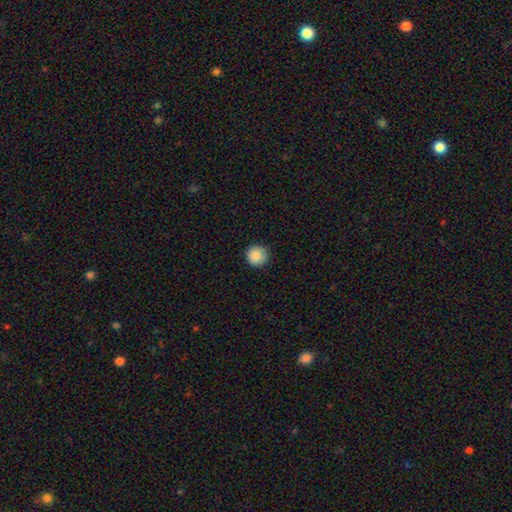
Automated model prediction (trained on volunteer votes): Q: Smooth or featured?
A: smooth (88%); runner-up: star or artifact (8%)
Q: How rounded?
A: round (96%); runner-up: in between (3%)
Q: Merging?
A: none (91%); runner-up: minor disturbance (6%)